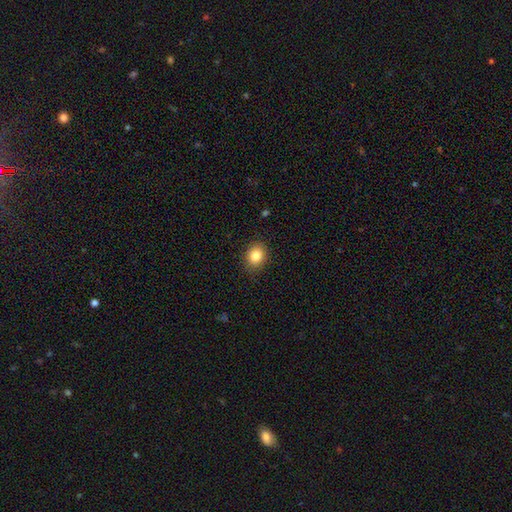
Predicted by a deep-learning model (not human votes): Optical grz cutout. It shows a smooth galaxy with no disk features (84%) that is round (61%). Merging: none (87%).